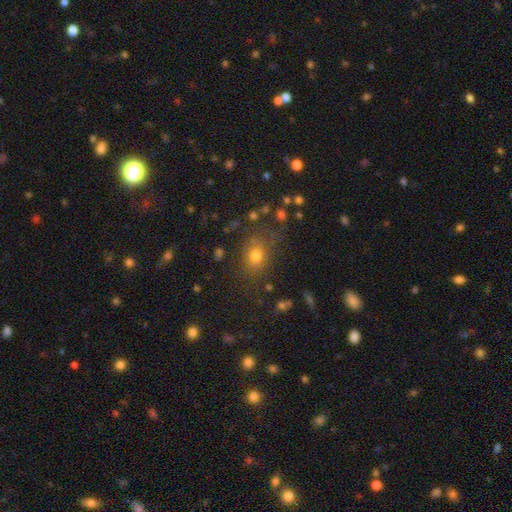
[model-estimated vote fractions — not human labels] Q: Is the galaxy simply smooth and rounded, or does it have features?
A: smooth — 72%.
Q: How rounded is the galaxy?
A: in between — 50%.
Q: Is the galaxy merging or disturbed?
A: none — 74%.